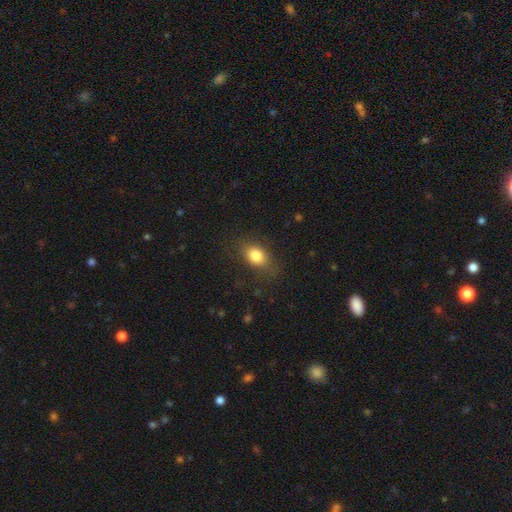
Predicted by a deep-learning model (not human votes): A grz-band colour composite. It shows a smooth galaxy with no disk features (82%) that is in between round and cigar-shaped (69%). Merging: none (78%).